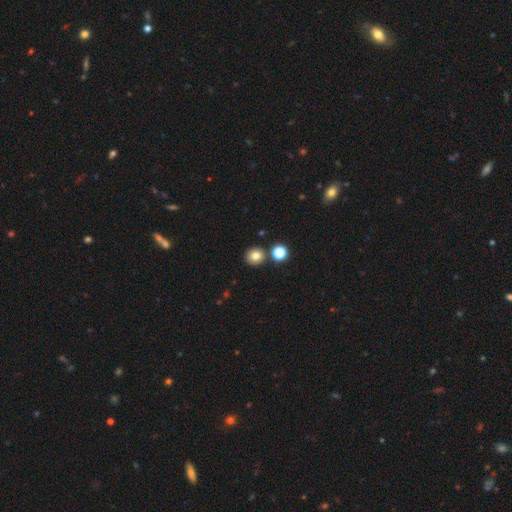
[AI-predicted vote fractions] smooth-or-featured: smooth: 79% | star or artifact: 14% | featured or disk: 8%
  how-rounded: round: 88% | in between: 11% | cigar-shaped: 1%
  merging: none: 82% | merger: 9% | minor disturbance: 7% | major disturbance: 2%